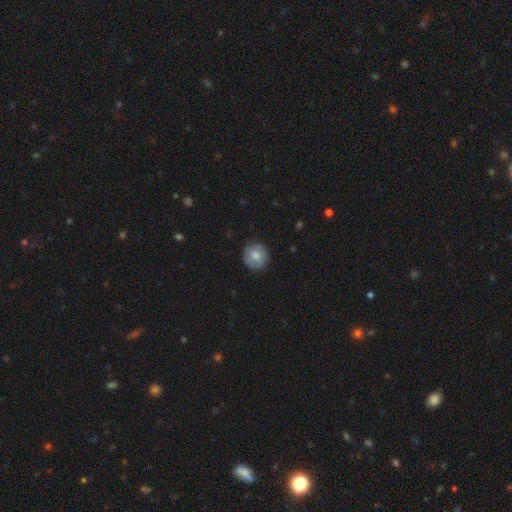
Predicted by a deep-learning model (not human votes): This appears to be a smooth galaxy with no disk features (66%) that is round (92%). Merging: none (83%).